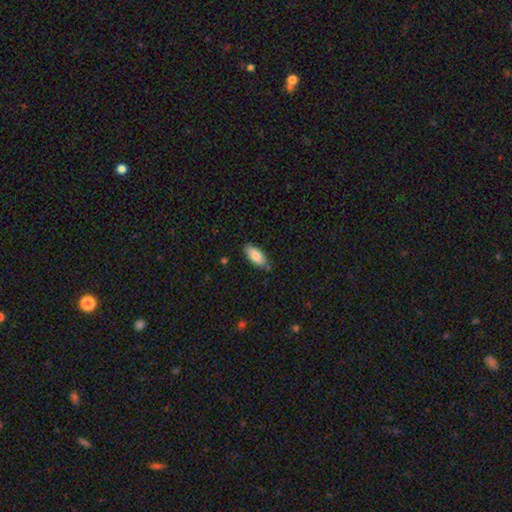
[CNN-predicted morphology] Q: Smooth or featured?
A: smooth (82%); runner-up: featured or disk (11%)
Q: How rounded?
A: in between (86%); runner-up: cigar-shaped (13%)
Q: Merging?
A: none (81%); runner-up: minor disturbance (15%)